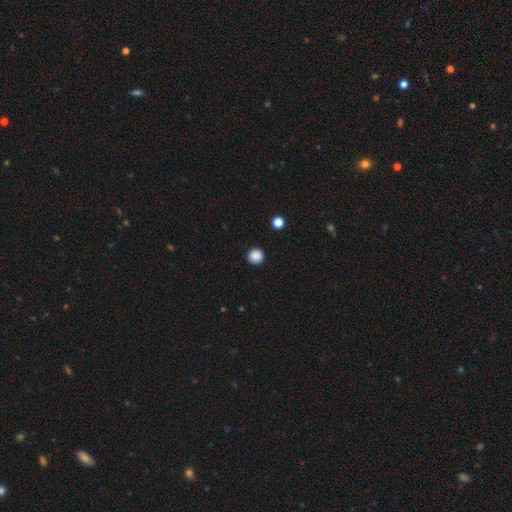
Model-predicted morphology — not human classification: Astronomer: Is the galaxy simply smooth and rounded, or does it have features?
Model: smooth — 87%.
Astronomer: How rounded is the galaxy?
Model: round — 95%.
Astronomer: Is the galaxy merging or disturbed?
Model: none — 92%.